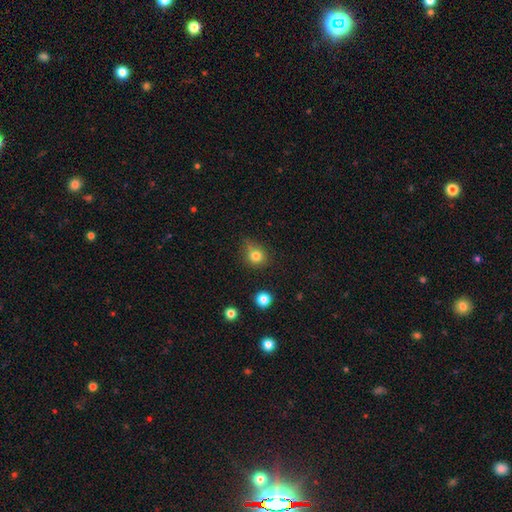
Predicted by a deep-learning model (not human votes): smooth 79%, star or artifact 13%, featured or disk 7%. Down the decision tree: how rounded — round (81%); merging — none (65%).